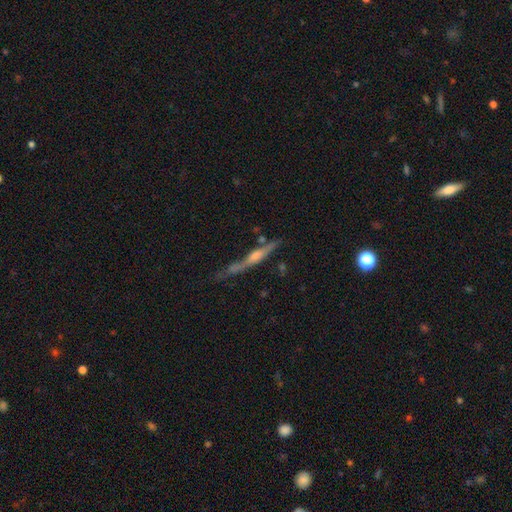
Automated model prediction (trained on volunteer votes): smooth-or-featured: featured or disk: 72% | smooth: 20% | star or artifact: 8%
  disk-edge-on: yes: 94% | no: 6%
    edge-on-bulge: rounded: 68% | none: 16% | boxy: 15%
  merging: none: 62% | minor disturbance: 21% | major disturbance: 9% | merger: 8%